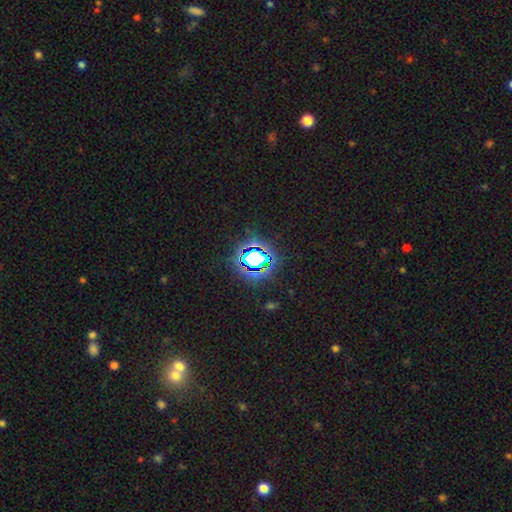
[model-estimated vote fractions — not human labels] This appears to be a star or artifact, not a galaxy (68%).